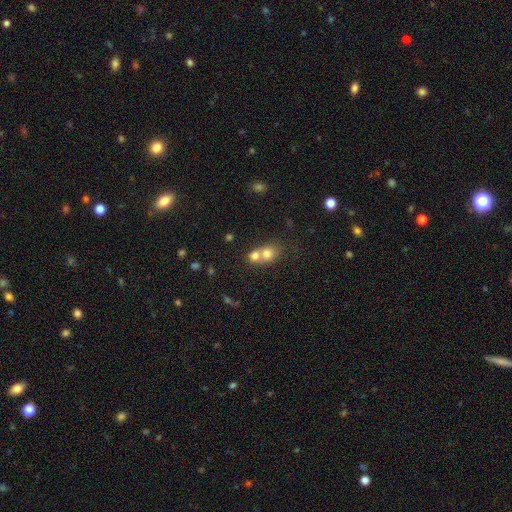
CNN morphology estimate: Smooth or featured?
  - smooth: 74% *
  - featured or disk: 14%
  - star or artifact: 12%
How rounded?
  - round: 68% *
  - in between: 31%
  - cigar-shaped: 1%
Merging?
  - merger: 63% *
  - none: 28%
  - minor disturbance: 6%
  - major disturbance: 3%